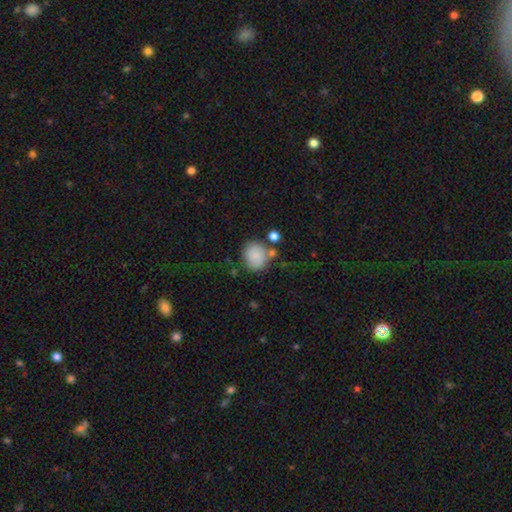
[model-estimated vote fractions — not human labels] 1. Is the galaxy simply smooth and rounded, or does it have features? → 84% smooth, 9% star or artifact, 7% featured or disk.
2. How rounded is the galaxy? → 76% round, 23% in between, 1% cigar-shaped.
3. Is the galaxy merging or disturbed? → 67% none, 16% minor disturbance, 12% merger, 5% major disturbance.